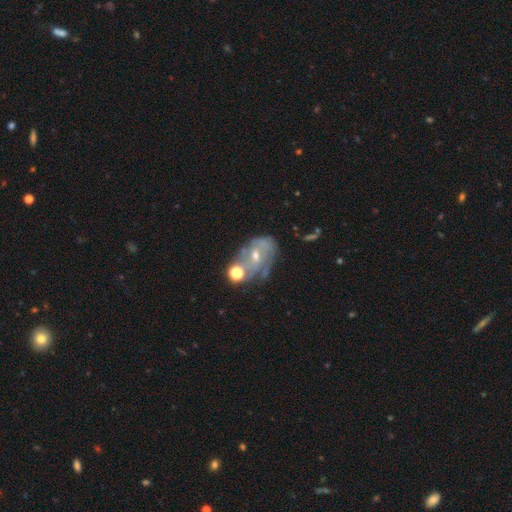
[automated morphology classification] type=featured or disk (61%); edge-on=no (95%); bar=no (55%); spiral arms=yes (65%); bulge=small (51%); merging=none (41%).